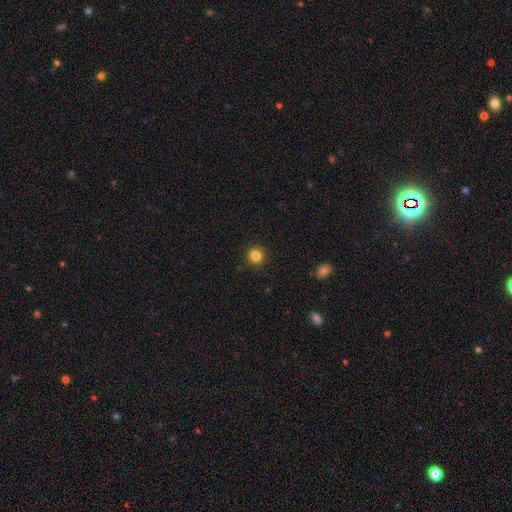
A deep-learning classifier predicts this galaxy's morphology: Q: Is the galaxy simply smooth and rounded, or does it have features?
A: smooth — 84%.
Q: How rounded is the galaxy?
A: round — 95%.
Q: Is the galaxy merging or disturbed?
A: none — 93%.